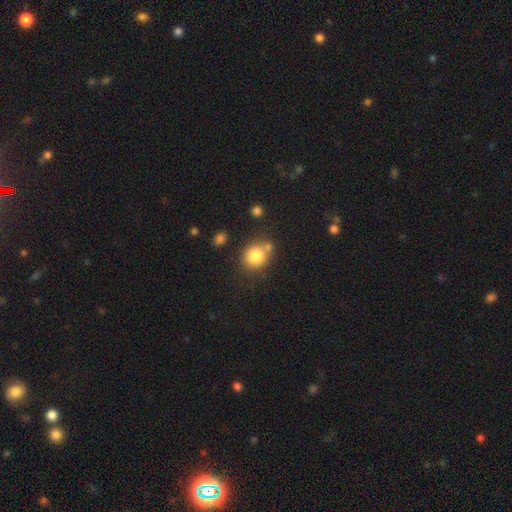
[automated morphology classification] This is clearly a smooth galaxy (81%). How rounded: likely round (77%). Merging: likely none (62%).